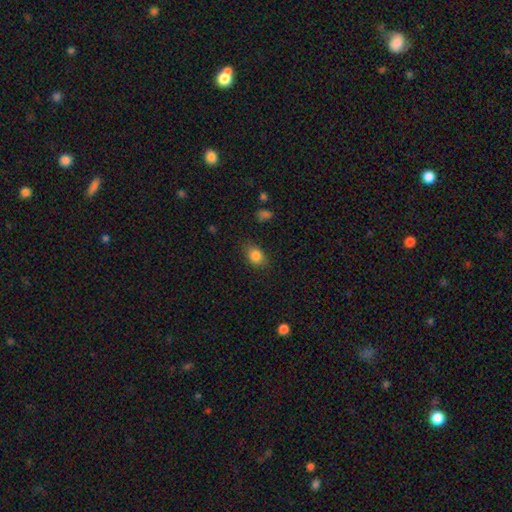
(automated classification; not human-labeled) Overall: smooth (84%). How rounded: in between (66%; round 33%). Merging: none (80%).